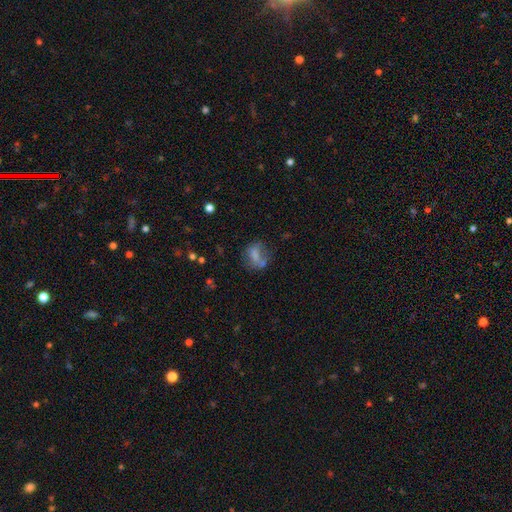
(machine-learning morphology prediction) This appears to be a smooth galaxy with no disk features (63%) that is in between round and cigar-shaped (57%). Merging: none (41%).